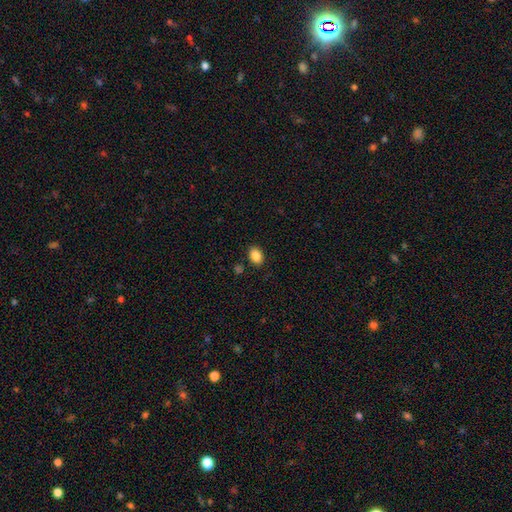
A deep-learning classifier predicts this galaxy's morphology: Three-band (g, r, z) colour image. It shows a smooth galaxy with no disk features (87%) that is in between round and cigar-shaped (74%). Merging: none (86%).